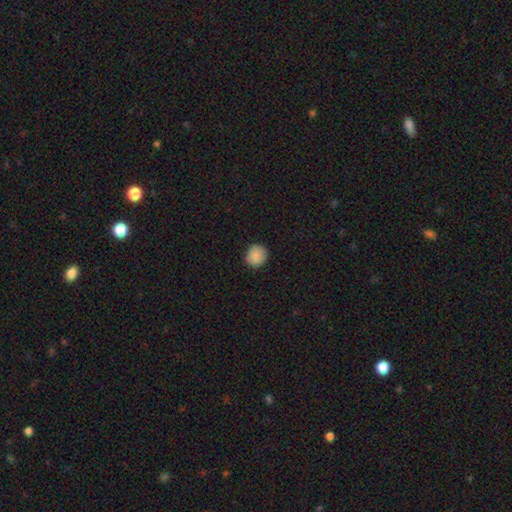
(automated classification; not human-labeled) The model was most divided on "merging": none: 87%, minor disturbance: 10%, major disturbance: 2%, merger: 1%. More confident: how rounded — round (90%); smooth or featured — smooth (87%).